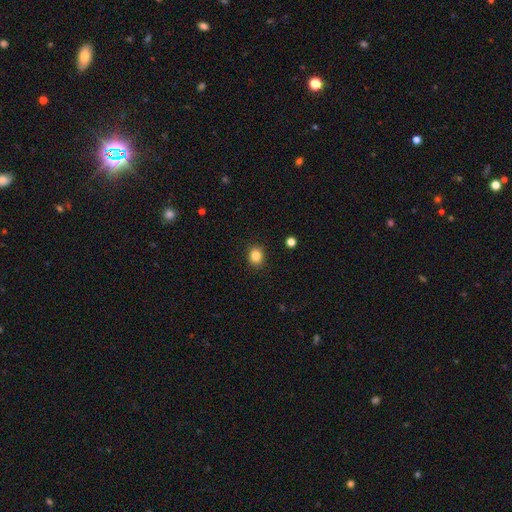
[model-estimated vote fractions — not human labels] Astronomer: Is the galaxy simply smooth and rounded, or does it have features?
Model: smooth — 84%.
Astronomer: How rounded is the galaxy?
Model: round — 68%.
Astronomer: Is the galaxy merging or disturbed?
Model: none — 90%.